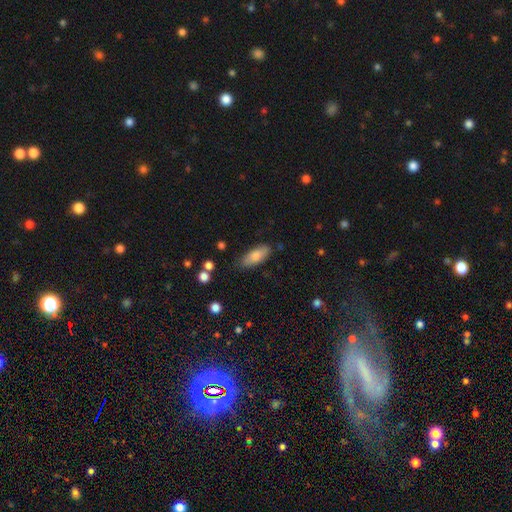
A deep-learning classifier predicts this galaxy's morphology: Smooth or featured: smooth — 77% (featured or disk — 16%)
How rounded: in between — 78% (cigar-shaped — 20%)
Merging: none — 81% (minor disturbance — 15%)